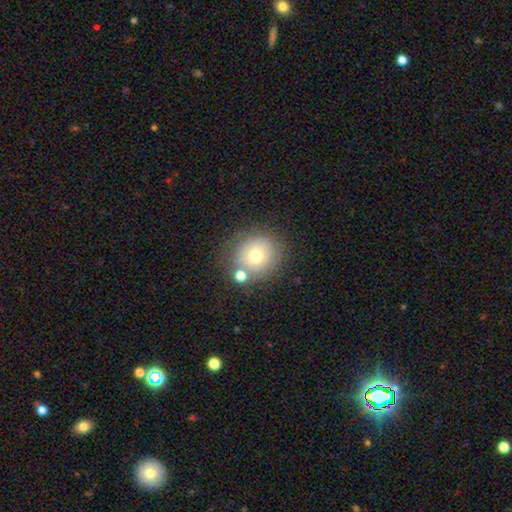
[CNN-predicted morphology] Smooth or featured?
  - smooth: 69% *
  - featured or disk: 18%
  - star or artifact: 13%
How rounded?
  - round: 87% *
  - in between: 12%
  - cigar-shaped: 1%
Merging?
  - none: 70% *
  - minor disturbance: 12%
  - merger: 12%
  - major disturbance: 5%